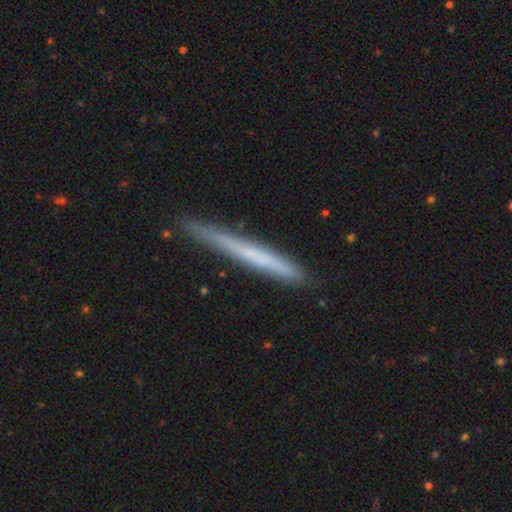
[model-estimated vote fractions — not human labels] smooth 51%, featured or disk 43%, star or artifact 6%. Down the decision tree: how rounded — cigar-shaped (97%); merging — none (84%).